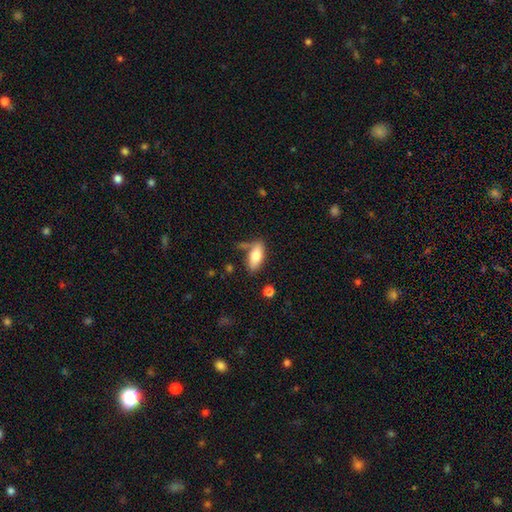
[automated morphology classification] Q: Smooth or featured?
A: smooth (76%); runner-up: featured or disk (17%)
Q: How rounded?
A: in between (82%); runner-up: cigar-shaped (15%)
Q: Merging?
A: none (62%); runner-up: minor disturbance (21%)